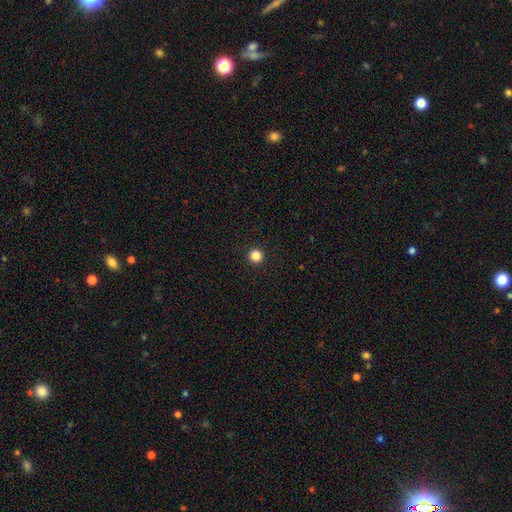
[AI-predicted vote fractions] Morphology: type=smooth (86%); roundness=round (95%); merging=none (94%).